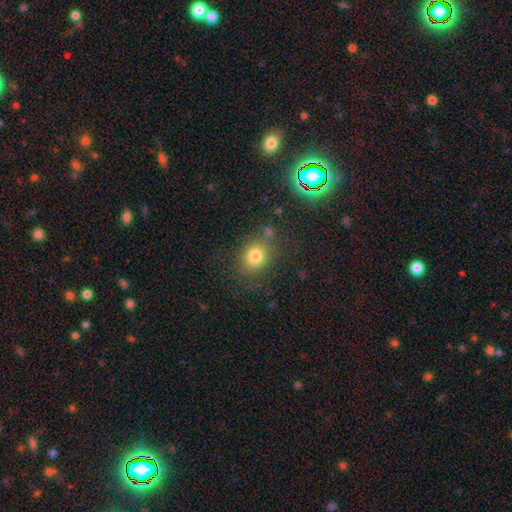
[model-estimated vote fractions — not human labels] smooth 78%, star or artifact 13%, featured or disk 9%. Down the decision tree: how rounded — round (60%); merging — none (75%).